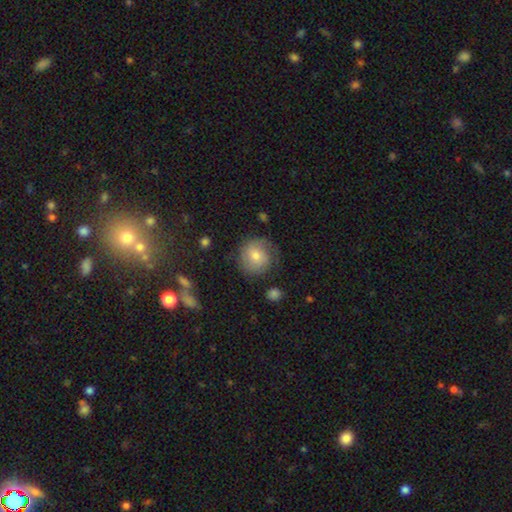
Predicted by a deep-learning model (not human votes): This is possibly a smooth galaxy (58%). How rounded: clearly round (89%). Merging: likely none (68%).